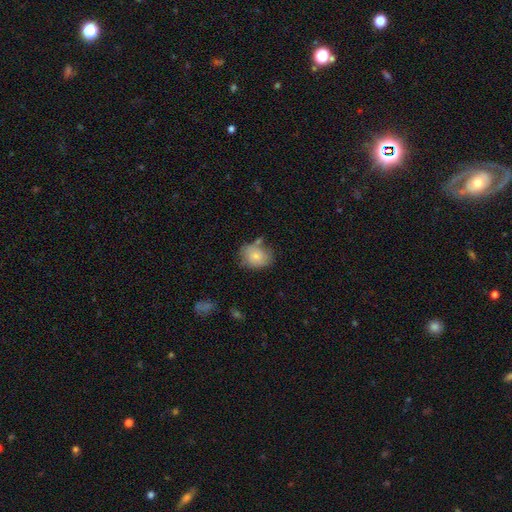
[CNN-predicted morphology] The model was most divided on "how rounded": round: 51%, in between: 48%, cigar-shaped: 1%. More confident: smooth or featured — smooth (75%); merging — none (58%).